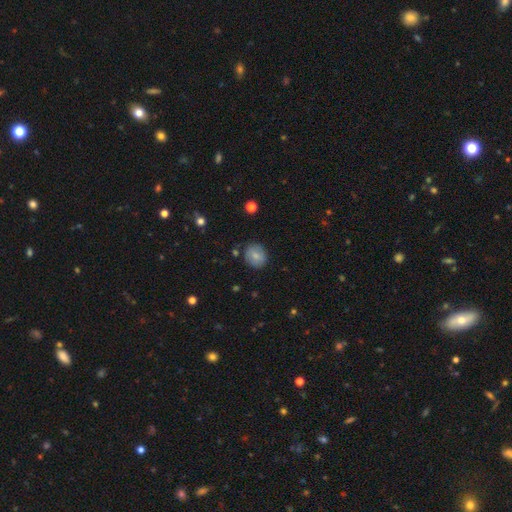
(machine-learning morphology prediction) This appears to be a smooth galaxy with no disk features (74%) that is round (74%). Merging: none (82%).